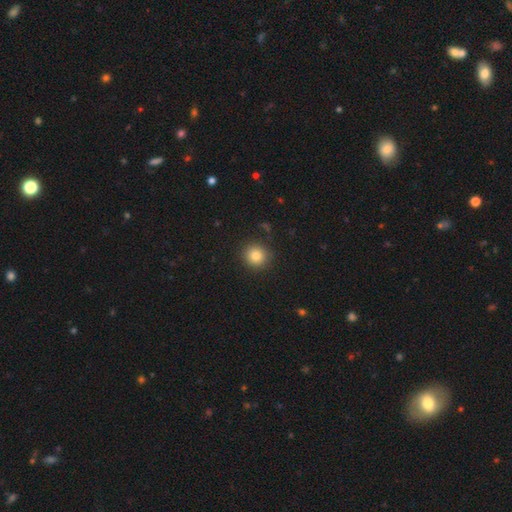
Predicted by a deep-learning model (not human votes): Q: Smooth or featured?
A: smooth (83%); runner-up: star or artifact (11%)
Q: How rounded?
A: round (91%); runner-up: in between (8%)
Q: Merging?
A: none (89%); runner-up: minor disturbance (7%)